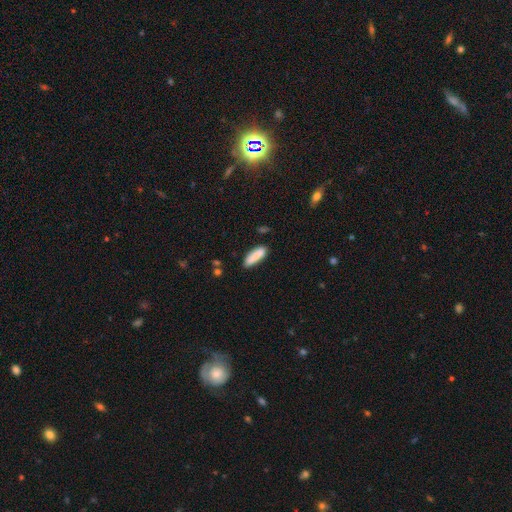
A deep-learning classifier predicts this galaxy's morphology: This appears to be a smooth galaxy with no disk features (86%) that is cigar-shaped (53%). Merging: none (79%).